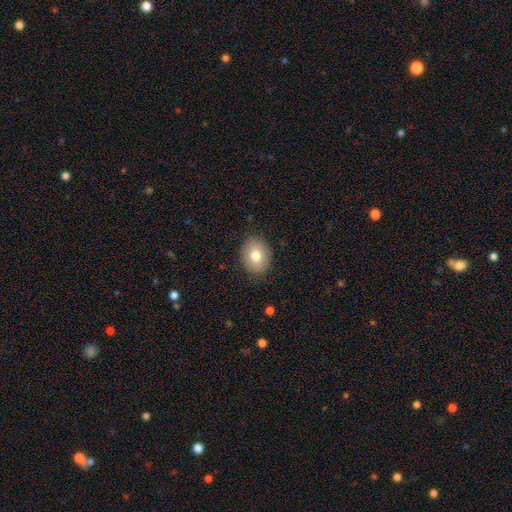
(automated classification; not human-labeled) Smooth or featured: smooth — 78% (featured or disk — 13%)
How rounded: in between — 59% (round — 40%)
Merging: none — 86% (minor disturbance — 10%)